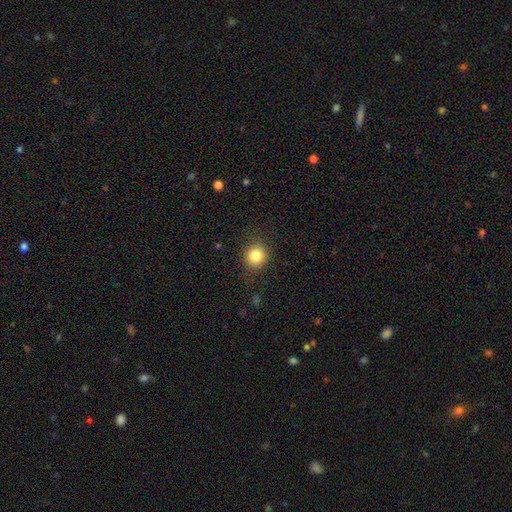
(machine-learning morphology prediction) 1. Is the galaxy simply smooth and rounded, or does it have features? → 84% smooth, 11% star or artifact, 6% featured or disk.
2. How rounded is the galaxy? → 87% round, 12% in between, 1% cigar-shaped.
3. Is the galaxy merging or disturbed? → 86% none, 10% minor disturbance, 3% major disturbance, 1% merger.